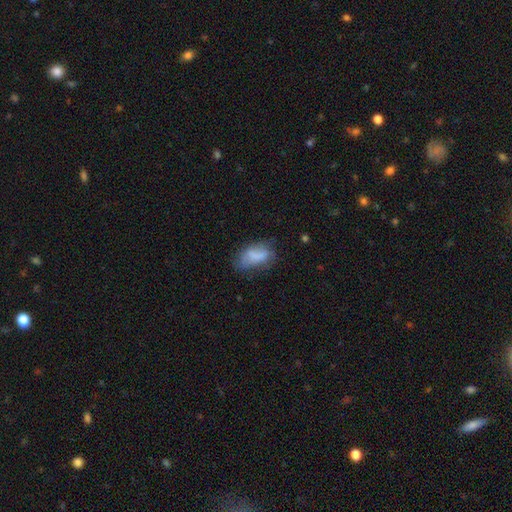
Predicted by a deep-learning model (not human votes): smooth 64%, featured or disk 27%, star or artifact 10%. Down the decision tree: how rounded — in between (89%); merging — none (42%).